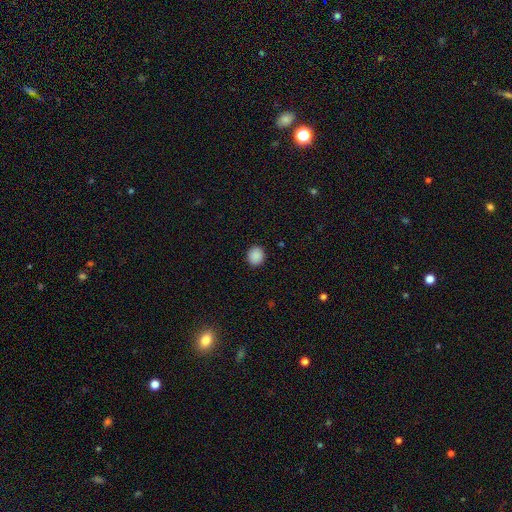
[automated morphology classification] type=smooth (89%); roundness=round (80%); merging=none (91%).